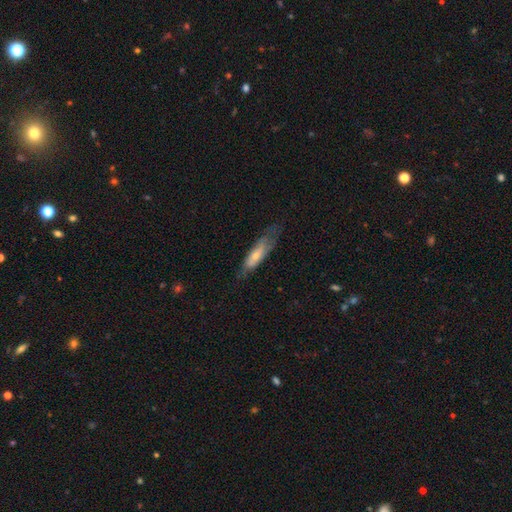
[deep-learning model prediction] Q: Smooth or featured?
A: smooth (56%); runner-up: featured or disk (38%)
Q: How rounded?
A: cigar-shaped (53%); runner-up: in between (44%)
Q: Merging?
A: none (51%); runner-up: minor disturbance (29%)